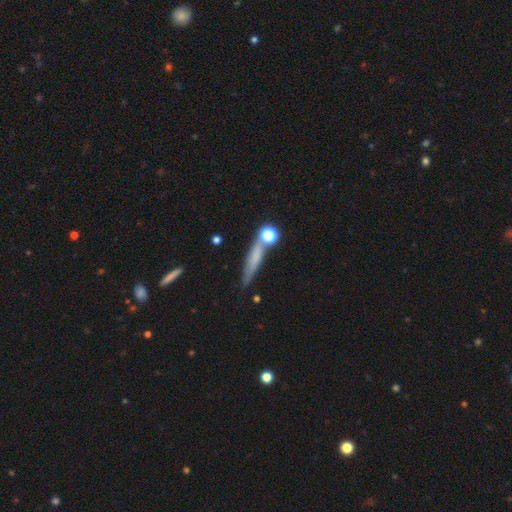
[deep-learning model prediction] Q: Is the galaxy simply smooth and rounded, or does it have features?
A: smooth — 57%.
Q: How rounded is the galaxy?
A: cigar-shaped — 79%.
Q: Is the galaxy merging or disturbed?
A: none — 69%.